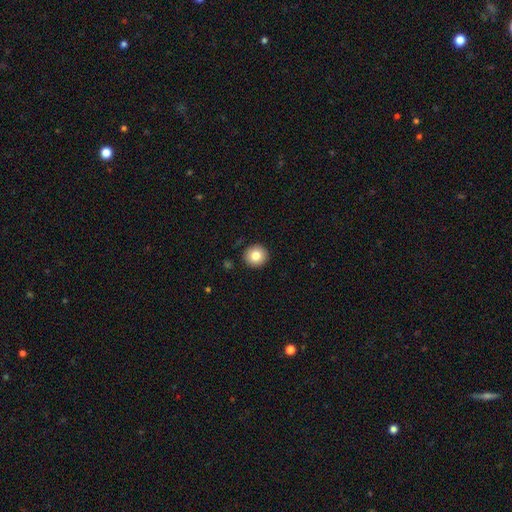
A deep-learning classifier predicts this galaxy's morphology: Smooth or featured: smooth — 82% (star or artifact — 9%)
How rounded: round — 93% (in between — 6%)
Merging: none — 92% (minor disturbance — 6%)